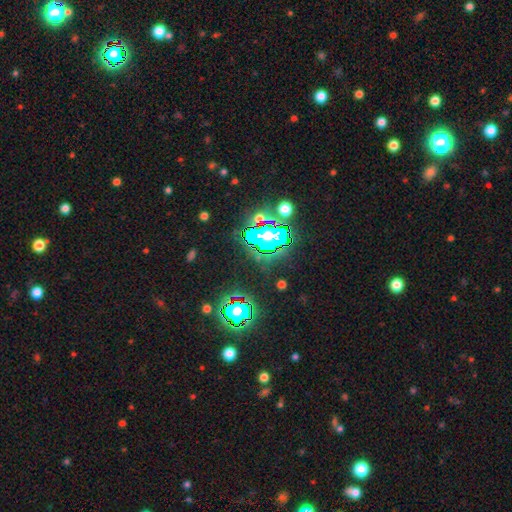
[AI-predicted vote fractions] Smooth or featured?
  - star or artifact: 71% *
  - smooth: 16%
  - featured or disk: 12%